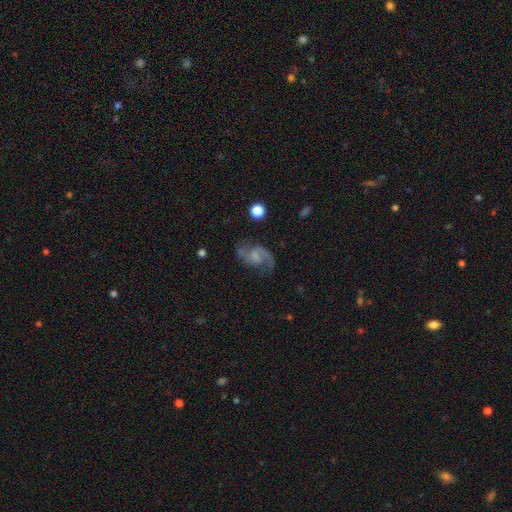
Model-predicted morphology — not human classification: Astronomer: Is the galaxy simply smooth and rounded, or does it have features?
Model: featured or disk — 81%.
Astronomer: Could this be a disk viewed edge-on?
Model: no — 98%.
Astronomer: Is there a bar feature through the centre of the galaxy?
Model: no — 47% (runner-up: weak, 45%).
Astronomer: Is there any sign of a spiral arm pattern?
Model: yes — 95%.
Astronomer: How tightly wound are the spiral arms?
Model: medium — 47% (runner-up: loose, 41%).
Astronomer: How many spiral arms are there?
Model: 2 — 85%.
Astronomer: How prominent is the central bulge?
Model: small — 48% (runner-up: moderate, 27%).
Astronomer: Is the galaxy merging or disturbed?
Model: none — 65%.